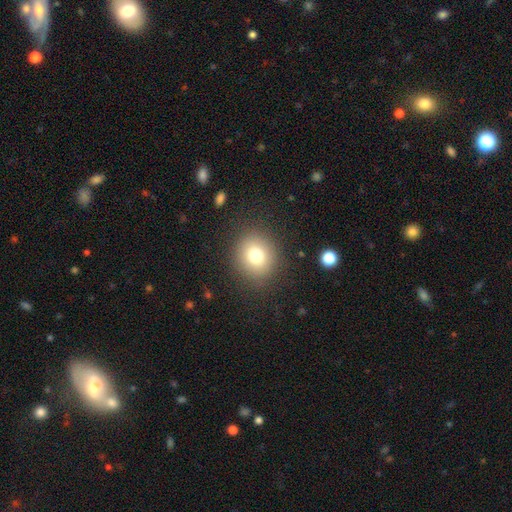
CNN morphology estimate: Smooth or featured?
  - smooth: 77% *
  - star or artifact: 12%
  - featured or disk: 10%
How rounded?
  - round: 81% *
  - in between: 19%
  - cigar-shaped: 1%
Merging?
  - none: 87% *
  - minor disturbance: 8%
  - major disturbance: 4%
  - merger: 1%